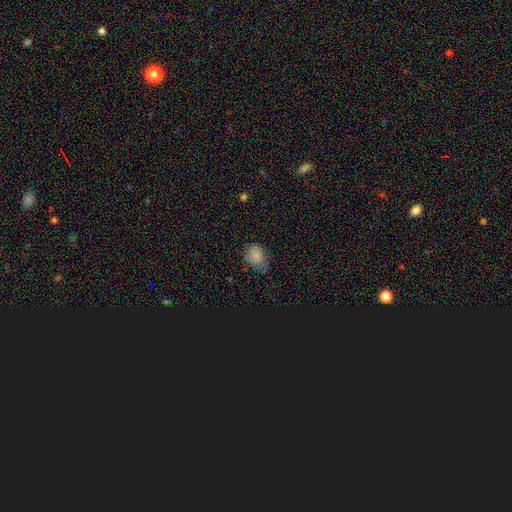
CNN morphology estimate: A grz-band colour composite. It shows a smooth galaxy with no disk features (79%) that is in between round and cigar-shaped (57%). Merging: none (60%).